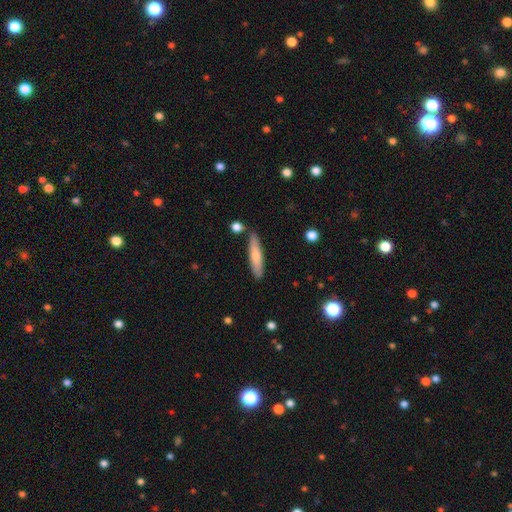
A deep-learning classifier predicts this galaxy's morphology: smooth_or_featured: smooth (p=0.69) [alt: featured or disk p=0.26]
how_rounded: cigar-shaped (p=0.85) [alt: in between p=0.13]
merging: none (p=0.82) [alt: minor disturbance p=0.11]